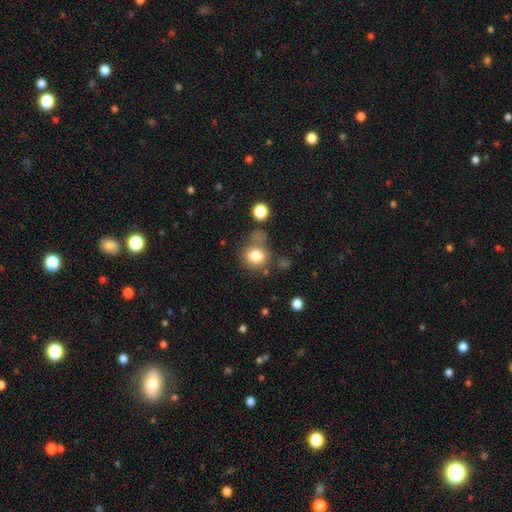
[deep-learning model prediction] smooth-or-featured: smooth: 79% | star or artifact: 11% | featured or disk: 10%
  how-rounded: round: 75% | in between: 24% | cigar-shaped: 1%
  merging: none: 53% | minor disturbance: 20% | merger: 15% | major disturbance: 12%